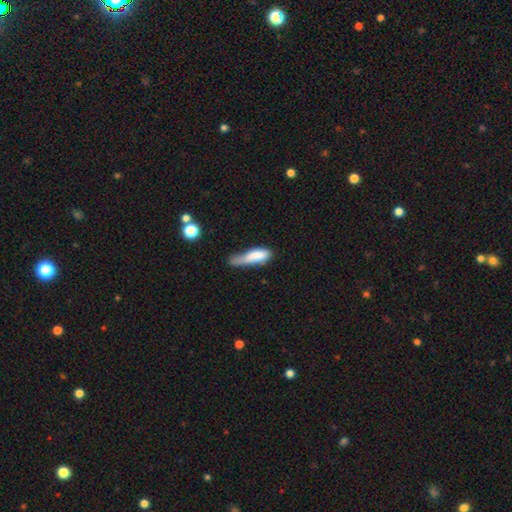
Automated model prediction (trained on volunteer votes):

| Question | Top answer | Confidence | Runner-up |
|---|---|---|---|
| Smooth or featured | smooth | 77% | featured or disk (16%) |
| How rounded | cigar-shaped | 57% | in between (40%) |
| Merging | minor disturbance | 39% | major disturbance (27%) |